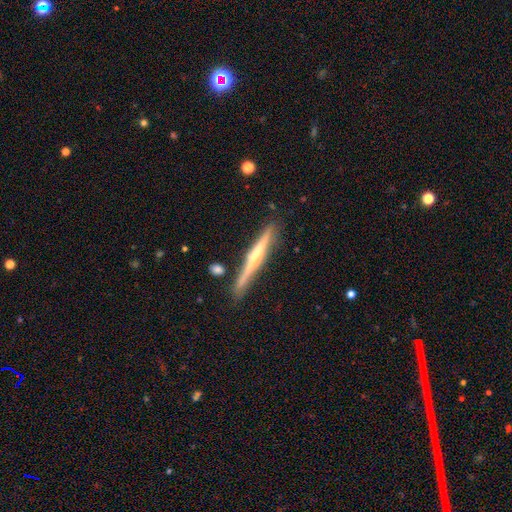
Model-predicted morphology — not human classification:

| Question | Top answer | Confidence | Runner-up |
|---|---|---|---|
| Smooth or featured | featured or disk | 70% | smooth (24%) |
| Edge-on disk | yes | 97% | no (3%) |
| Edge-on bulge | rounded | 67% | none (26%) |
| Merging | none | 83% | minor disturbance (11%) |